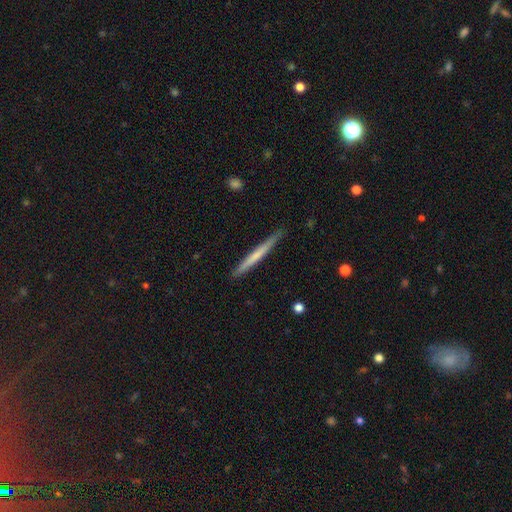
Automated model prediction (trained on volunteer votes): Smooth or featured? Predicted: smooth (p=0.54). How rounded? Predicted: cigar-shaped (p=0.97). Merging? Predicted: none (p=0.88).